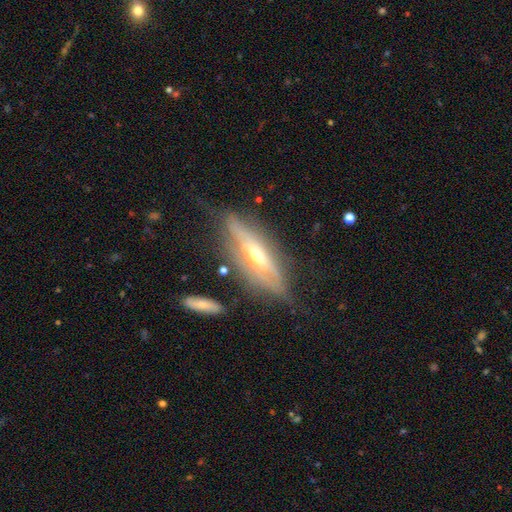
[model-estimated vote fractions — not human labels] This is likely a featured or disk galaxy (73%). It is likely viewed edge-on (72%). Edge-on bulge: clearly rounded (85%). Merging: likely none (64%).